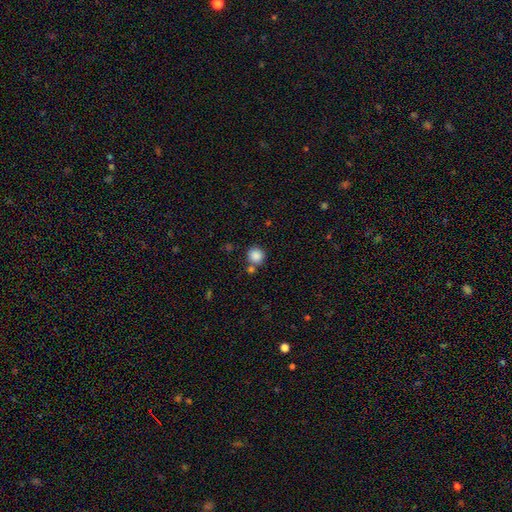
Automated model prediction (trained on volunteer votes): smooth-or-featured: smooth: 86% | star or artifact: 10% | featured or disk: 4%
  how-rounded: round: 93% | in between: 7% | cigar-shaped: 1%
  merging: none: 74% | merger: 14% | minor disturbance: 9% | major disturbance: 3%